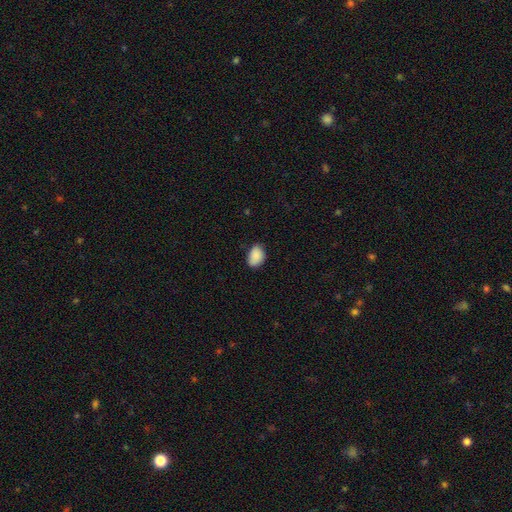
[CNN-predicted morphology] Smooth or featured?
  - smooth: 88% *
  - star or artifact: 7%
  - featured or disk: 5%
How rounded?
  - in between: 81% *
  - round: 18%
  - cigar-shaped: 1%
Merging?
  - none: 75% *
  - minor disturbance: 20%
  - major disturbance: 3%
  - merger: 1%